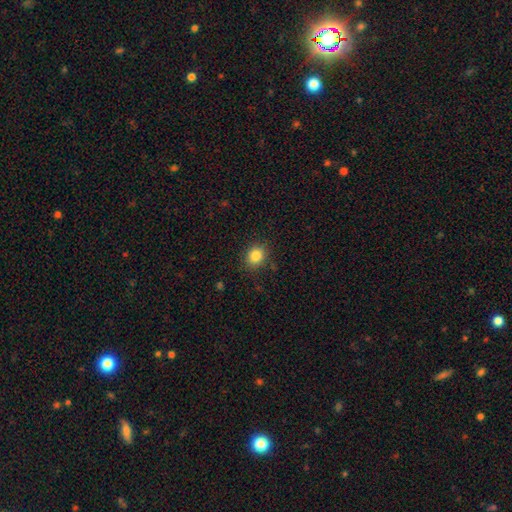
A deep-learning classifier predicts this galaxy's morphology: smooth_or_featured: smooth (p=0.85) [alt: star or artifact p=0.10]
how_rounded: round (p=0.67) [alt: in between p=0.32]
merging: none (p=0.86) [alt: minor disturbance p=0.10]